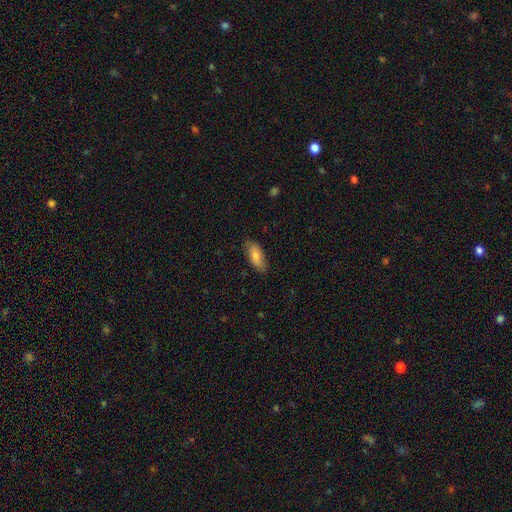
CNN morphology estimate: This is likely a smooth galaxy (78%). How rounded: clearly in between (81%). Merging: likely none (80%).